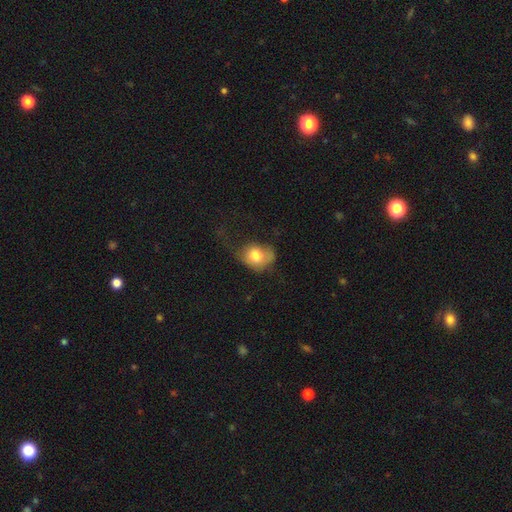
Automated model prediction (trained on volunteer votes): smooth 74%, featured or disk 18%, star or artifact 9%. Down the decision tree: how rounded — in between (52%); merging — major disturbance (36%).